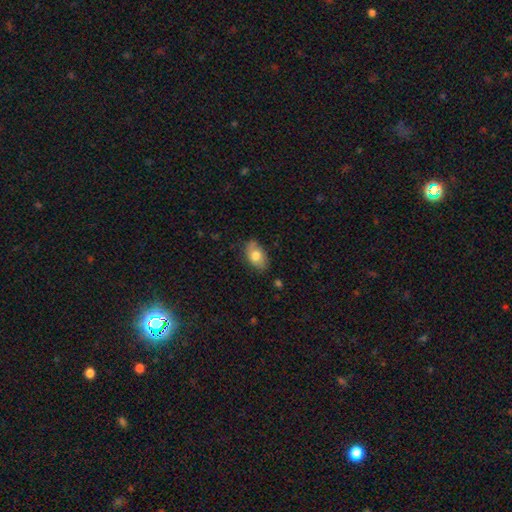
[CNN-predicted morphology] Smooth or featured: smooth — 76% (featured or disk — 17%)
How rounded: in between — 91% (round — 7%)
Merging: none — 76% (minor disturbance — 19%)